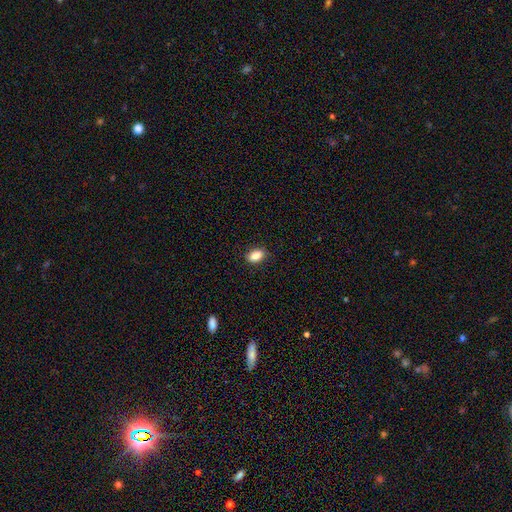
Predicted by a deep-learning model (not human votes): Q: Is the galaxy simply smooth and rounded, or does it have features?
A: smooth — 86%.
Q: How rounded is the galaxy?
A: in between — 84%.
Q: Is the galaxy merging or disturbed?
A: none — 88%.